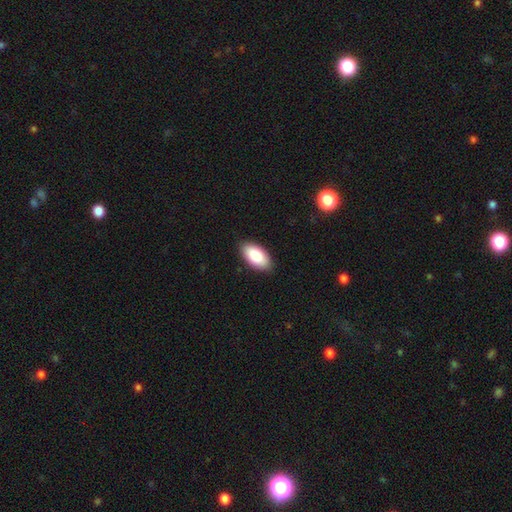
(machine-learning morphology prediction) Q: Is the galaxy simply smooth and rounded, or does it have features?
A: smooth — 87%.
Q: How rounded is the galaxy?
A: in between — 95%.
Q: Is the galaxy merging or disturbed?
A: none — 89%.